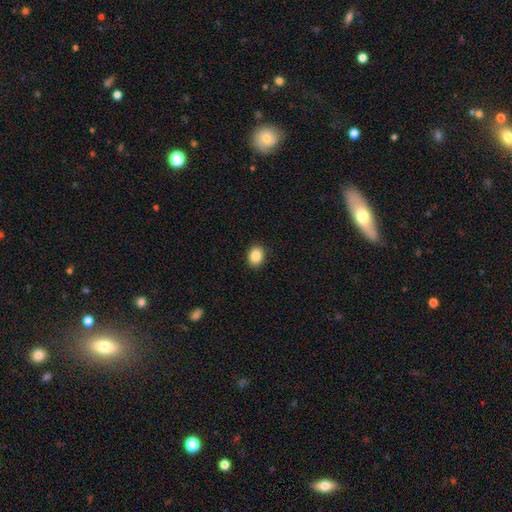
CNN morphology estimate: This is clearly a smooth galaxy (88%). How rounded: possibly in between (60%). Merging: clearly none (91%).